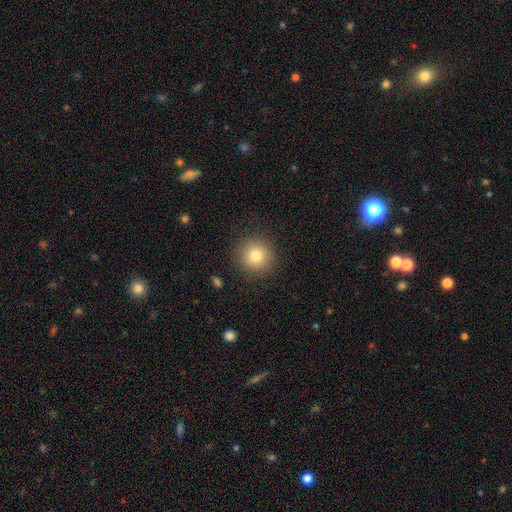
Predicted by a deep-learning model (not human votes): Smooth or featured?
  - smooth: 80% *
  - star or artifact: 11%
  - featured or disk: 9%
How rounded?
  - round: 94% *
  - in between: 5%
  - cigar-shaped: 1%
Merging?
  - none: 90% *
  - minor disturbance: 6%
  - major disturbance: 3%
  - merger: 1%